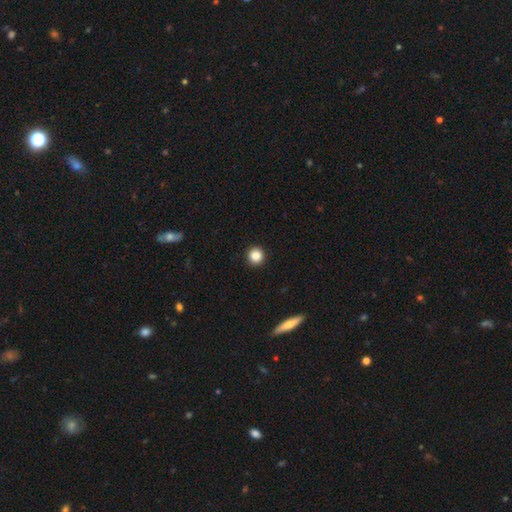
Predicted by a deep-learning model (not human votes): This is clearly a smooth galaxy (87%). How rounded: clearly round (94%). Merging: clearly none (93%).